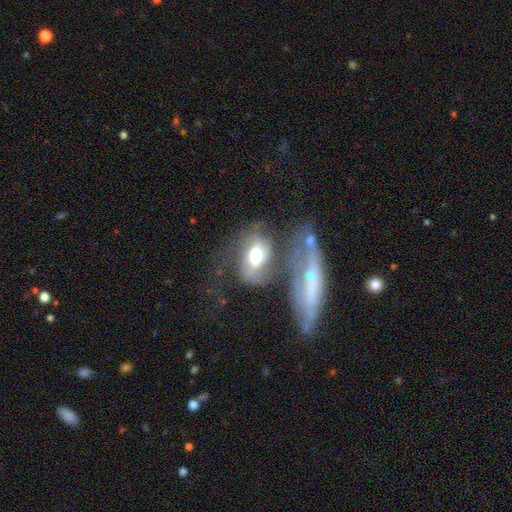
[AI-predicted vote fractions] This appears to be a featured or disk galaxy (50%). Merging: none (32%).